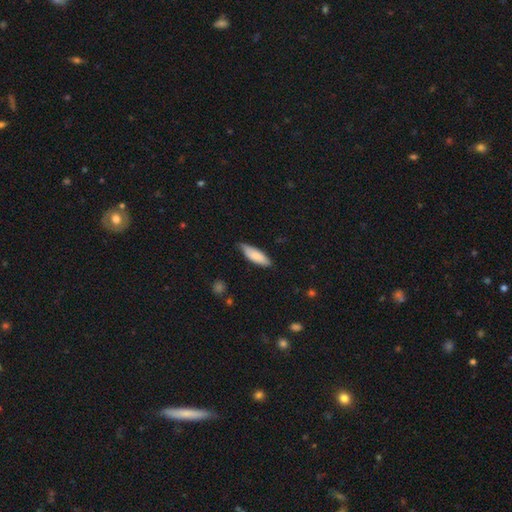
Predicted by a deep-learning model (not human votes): smooth_or_featured: smooth (p=0.80) [alt: featured or disk p=0.14]
how_rounded: in between (p=0.59) [alt: cigar-shaped p=0.39]
merging: none (p=0.73) [alt: minor disturbance p=0.22]